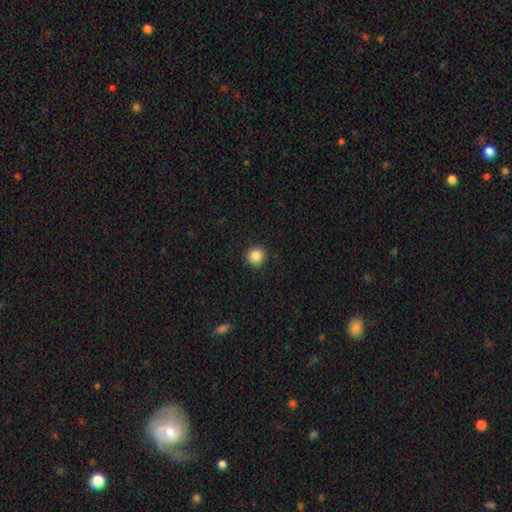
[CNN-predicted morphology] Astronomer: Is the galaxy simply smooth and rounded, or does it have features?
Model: smooth — 86%.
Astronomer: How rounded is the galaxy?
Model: round — 91%.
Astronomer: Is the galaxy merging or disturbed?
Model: none — 91%.